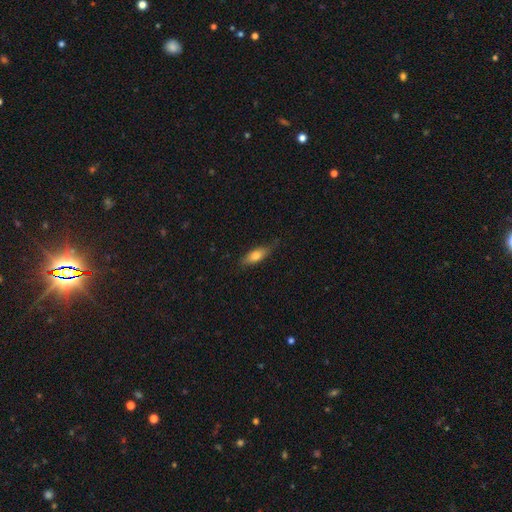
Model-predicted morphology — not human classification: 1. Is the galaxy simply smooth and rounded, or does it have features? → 72% smooth, 21% featured or disk, 6% star or artifact.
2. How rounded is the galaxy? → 64% in between, 33% cigar-shaped, 3% round.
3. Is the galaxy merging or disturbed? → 75% none, 20% minor disturbance, 3% major disturbance, 1% merger.